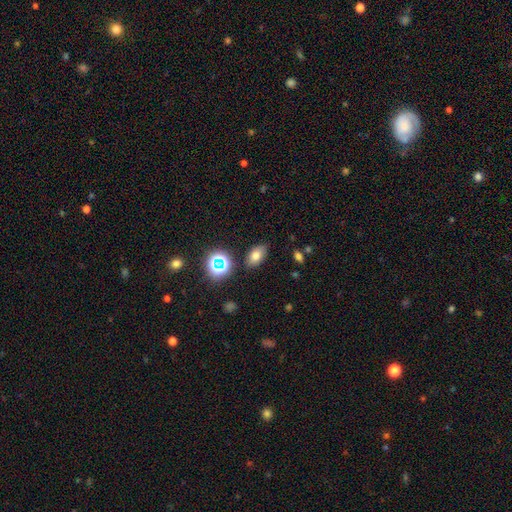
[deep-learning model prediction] Smooth or featured: smooth — 71% (star or artifact — 16%)
How rounded: in between — 87% (round — 10%)
Merging: none — 85% (minor disturbance — 10%)